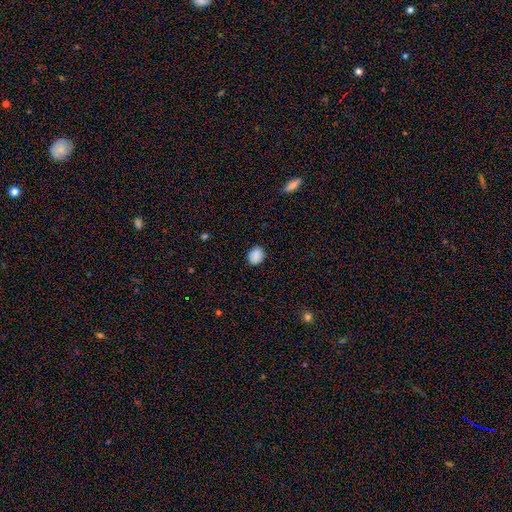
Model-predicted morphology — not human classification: Q: Smooth or featured?
A: smooth (88%); runner-up: star or artifact (8%)
Q: How rounded?
A: in between (55%); runner-up: round (44%)
Q: Merging?
A: none (86%); runner-up: minor disturbance (11%)